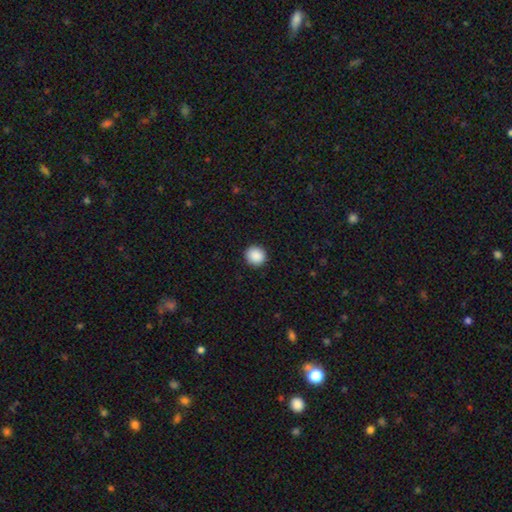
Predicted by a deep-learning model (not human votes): Smooth or featured? Predicted: smooth (p=0.89). How rounded? Predicted: round (p=0.92). Merging? Predicted: none (p=0.93).